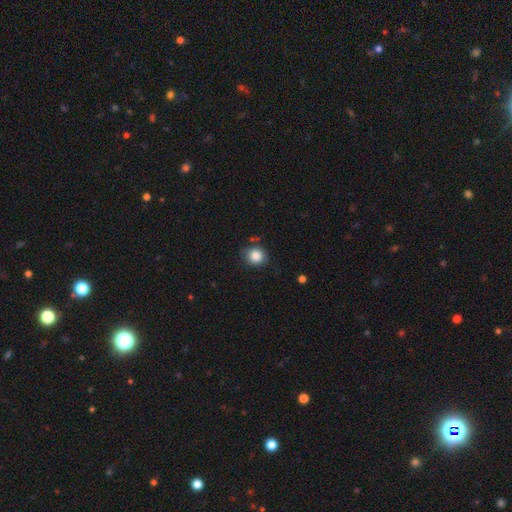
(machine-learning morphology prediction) A smooth galaxy with no disk features (85%) that is round (87%). Merging: none (79%).